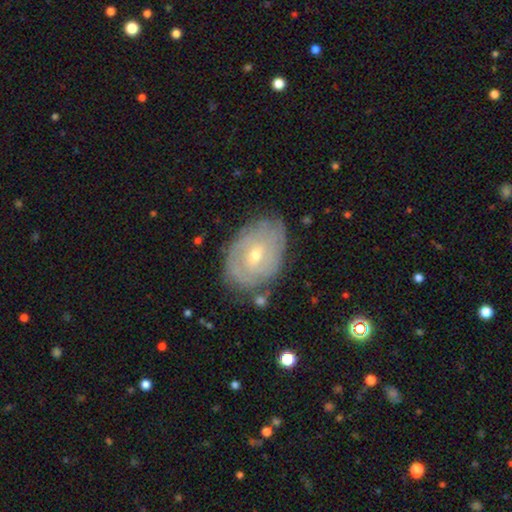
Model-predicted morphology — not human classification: smooth_or_featured: featured or disk (p=0.74) [alt: smooth p=0.18]
disk_edge_on: no (p=0.95) [alt: yes p=0.05]
bar: no (p=0.48) [alt: weak p=0.43]
has_spiral_arms: yes (p=0.82) [alt: no p=0.18]
spiral_winding: tight (p=0.74) [alt: medium p=0.20]
spiral_arm_count: can't tell (p=0.54) [alt: 2 p=0.20]
bulge_size: small (p=0.59) [alt: moderate p=0.39]
merging: none (p=0.74) [alt: minor disturbance p=0.19]